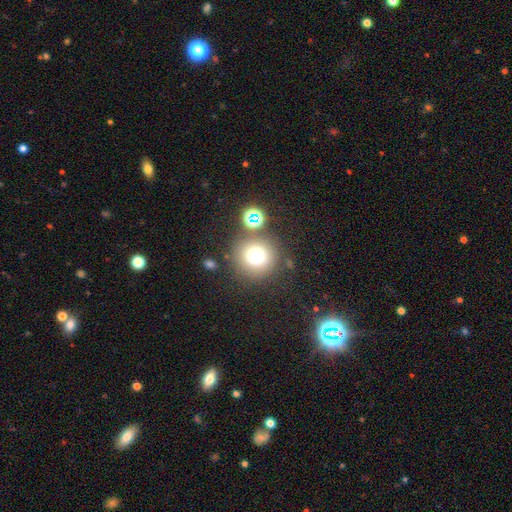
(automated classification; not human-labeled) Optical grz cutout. It shows a smooth galaxy with no disk features (76%) that is round (94%). Merging: none (77%).